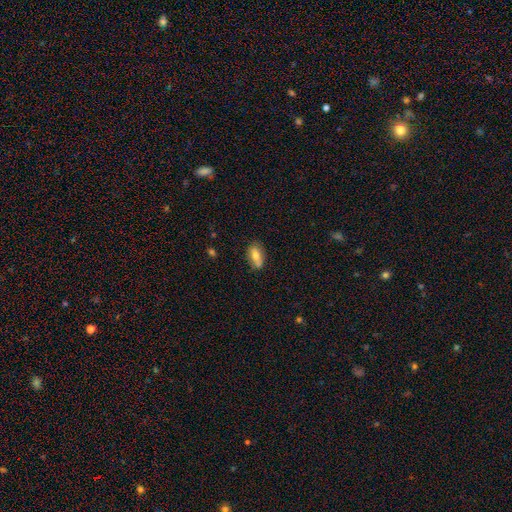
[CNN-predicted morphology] Q: Smooth or featured?
A: smooth (69%); runner-up: featured or disk (23%)
Q: How rounded?
A: in between (83%); runner-up: cigar-shaped (10%)
Q: Merging?
A: none (63%); runner-up: minor disturbance (21%)